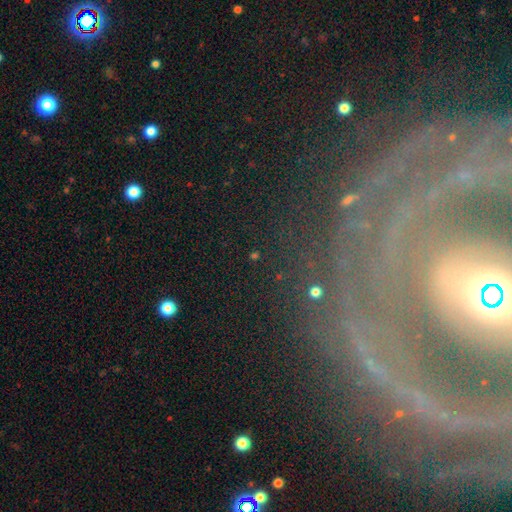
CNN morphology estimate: Smooth or featured? star or artifact (52%)